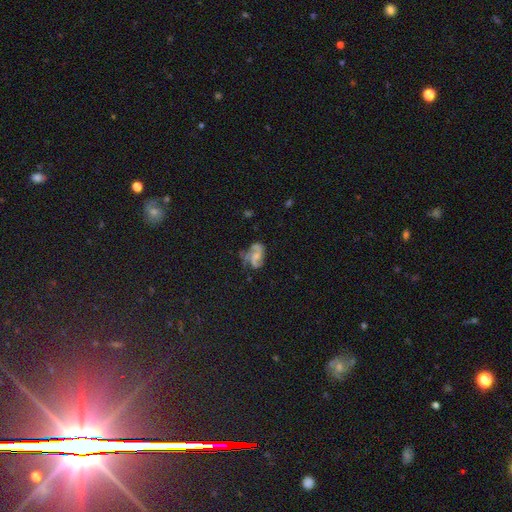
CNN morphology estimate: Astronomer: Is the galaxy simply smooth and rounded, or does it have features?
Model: featured or disk — 75%.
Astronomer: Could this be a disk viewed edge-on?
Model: no — 98%.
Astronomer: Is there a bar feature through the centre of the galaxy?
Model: no — 54% (runner-up: weak, 36%).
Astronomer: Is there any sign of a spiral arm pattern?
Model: yes — 93%.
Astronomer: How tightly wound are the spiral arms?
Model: medium — 50% (runner-up: loose, 27%).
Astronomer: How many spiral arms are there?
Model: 2 — 70%.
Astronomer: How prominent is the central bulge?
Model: small — 45% (runner-up: moderate, 35%).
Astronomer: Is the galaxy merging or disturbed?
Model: none — 50%.